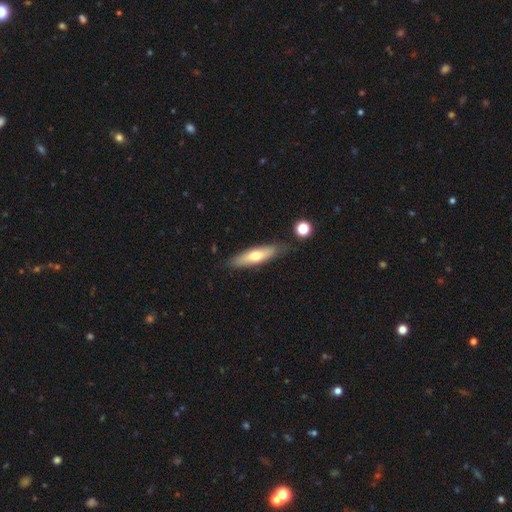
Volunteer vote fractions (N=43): Morphology: type=smooth (51%); roundness=cigar-shaped (68%); merging=none (70%).